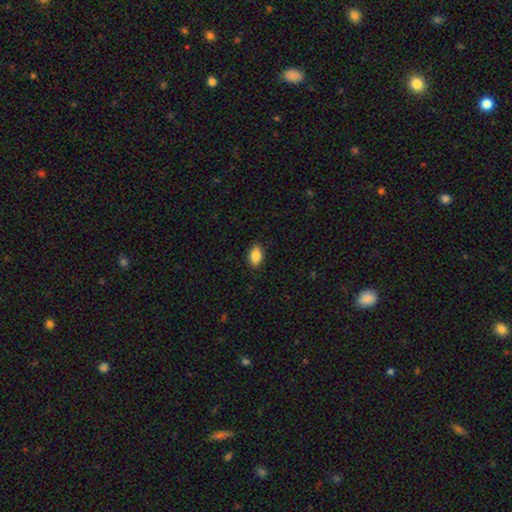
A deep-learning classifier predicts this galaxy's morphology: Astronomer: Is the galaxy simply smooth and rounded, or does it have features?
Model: smooth — 87%.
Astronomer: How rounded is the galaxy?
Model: in between — 91%.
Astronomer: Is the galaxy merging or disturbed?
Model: none — 86%.